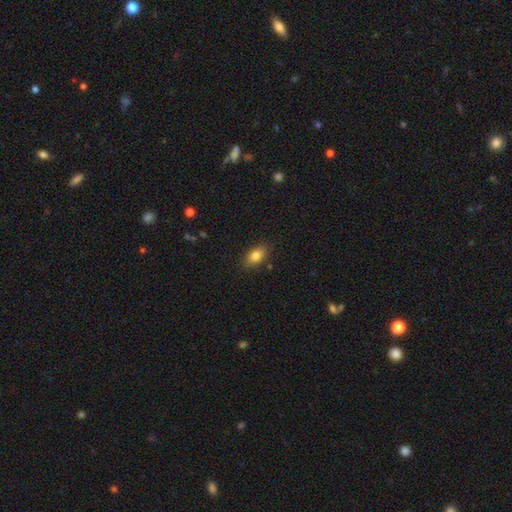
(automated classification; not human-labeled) Smooth or featured? smooth (82%)
How rounded? in between (85%)
Merging? none (85%)